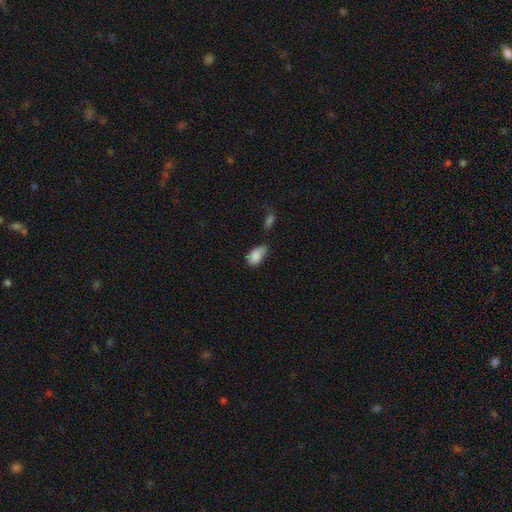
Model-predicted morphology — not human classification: This appears to be a smooth galaxy with no disk features (85%) that is in between round and cigar-shaped (90%). Merging: minor disturbance (42%).